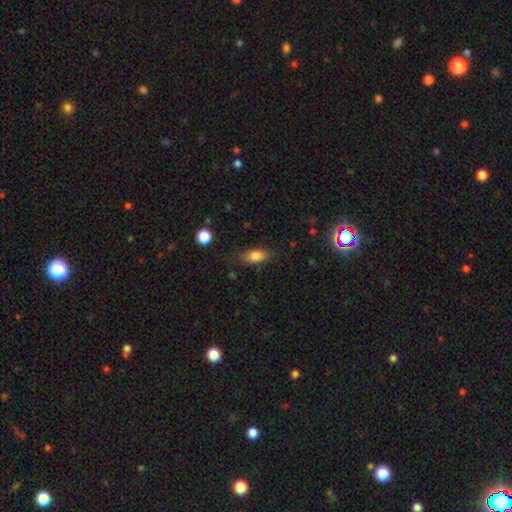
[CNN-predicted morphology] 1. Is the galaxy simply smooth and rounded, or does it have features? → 80% smooth, 11% featured or disk, 8% star or artifact.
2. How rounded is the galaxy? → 80% in between, 14% cigar-shaped, 6% round.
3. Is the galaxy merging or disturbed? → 77% none, 17% minor disturbance, 5% major disturbance, 2% merger.